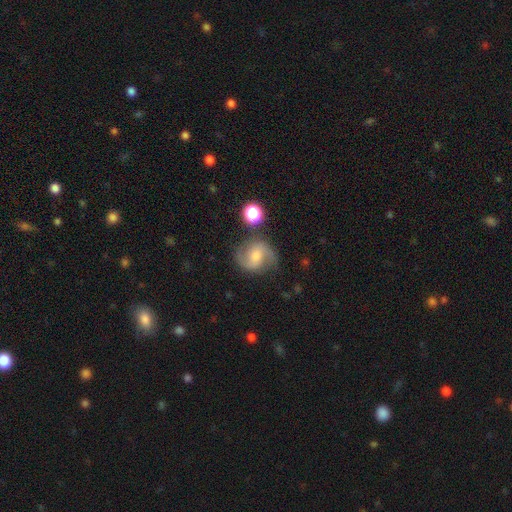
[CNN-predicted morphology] Overall: featured or disk (75%). Edge-on disk: no (98%). Bar: weak (45%; no 42%). Spiral arms: yes (95%). Spiral arm count: 2 (91%). Spiral winding: medium (54%; loose 29%). Bulge size: moderate (50%; small 37%). Merging: none (74%).